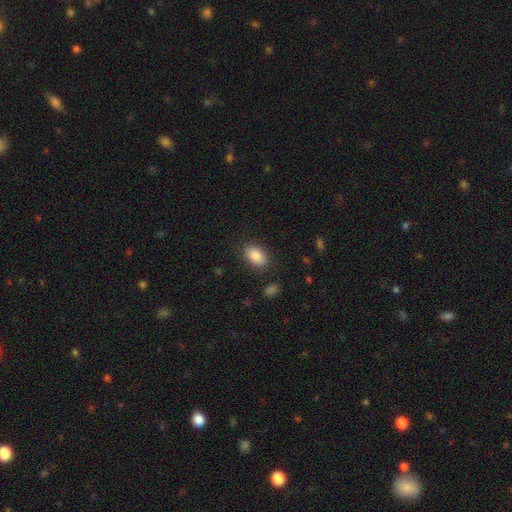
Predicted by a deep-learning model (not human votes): Overall: smooth (86%). How rounded: in between (88%). Merging: none (85%).